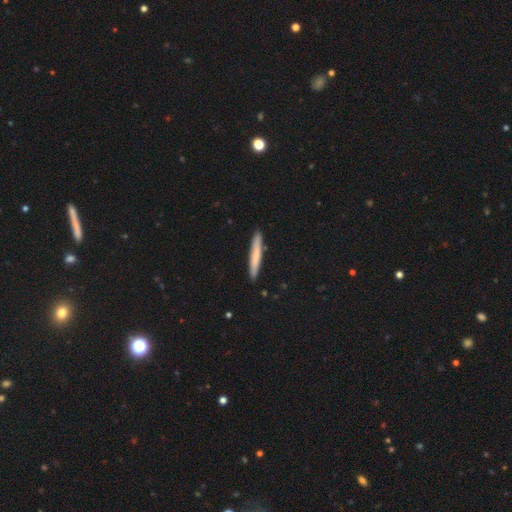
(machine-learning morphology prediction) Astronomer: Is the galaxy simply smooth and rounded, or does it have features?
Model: smooth — 70%.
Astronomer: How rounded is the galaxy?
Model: cigar-shaped — 96%.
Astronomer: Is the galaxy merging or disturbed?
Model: none — 90%.